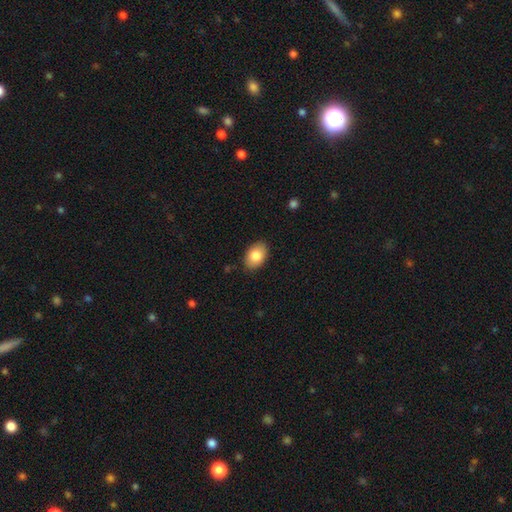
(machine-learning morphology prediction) Q: Smooth or featured?
A: smooth (83%); runner-up: featured or disk (10%)
Q: How rounded?
A: in between (86%); runner-up: round (13%)
Q: Merging?
A: none (87%); runner-up: minor disturbance (10%)